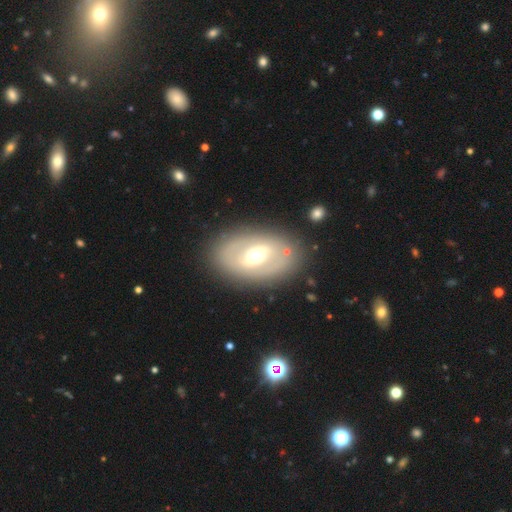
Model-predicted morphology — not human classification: Smooth or featured?
  - featured or disk: 63% *
  - smooth: 31%
  - star or artifact: 6%
Edge-on disk?
  - no: 91% *
  - yes: 9%
Bar?
  - weak: 41% *
  - strong: 38%
  - no: 22%
Spiral arms?
  - no: 65% *
  - yes: 35%
Bulge size?
  - moderate: 67% *
  - small: 20%
  - large: 11%
  - dominant: 1%
  - none: 1%
Merging?
  - none: 82% *
  - minor disturbance: 11%
  - major disturbance: 5%
  - merger: 2%